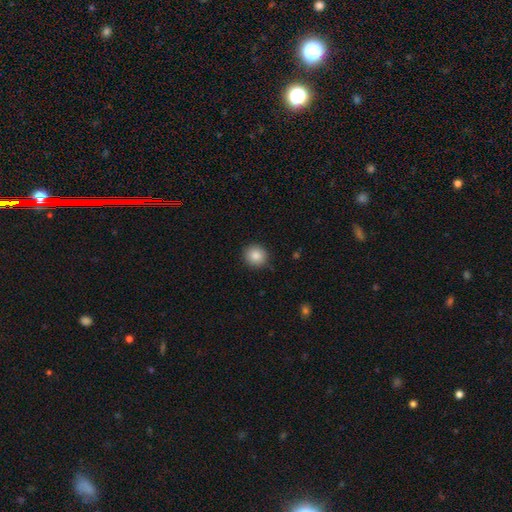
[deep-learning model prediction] Smooth or featured? Predicted: smooth (p=0.86). How rounded? Predicted: round (p=0.92). Merging? Predicted: none (p=0.88).